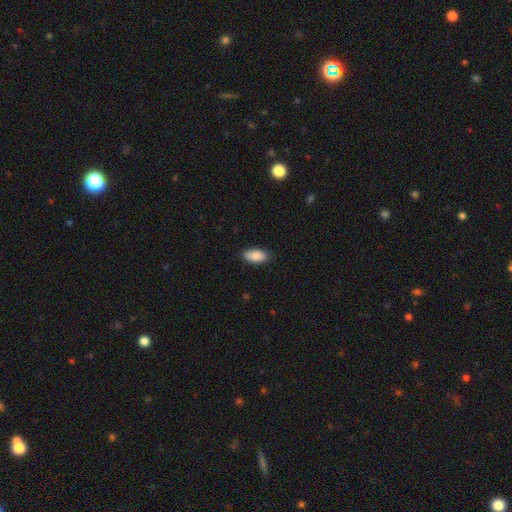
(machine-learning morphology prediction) Overall: smooth (87%). How rounded: in between (92%). Merging: none (87%).